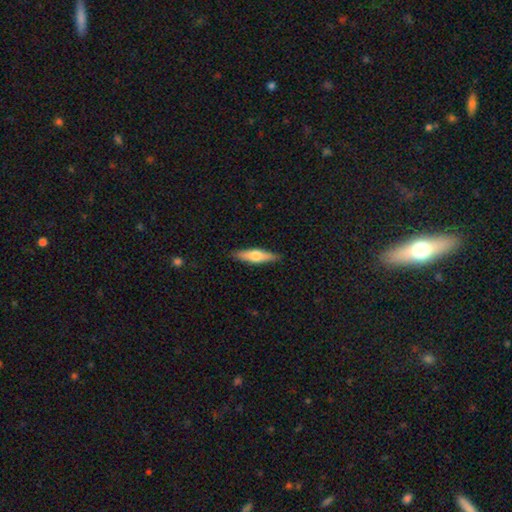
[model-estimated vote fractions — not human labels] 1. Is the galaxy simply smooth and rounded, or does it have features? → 51% smooth, 43% featured or disk, 6% star or artifact.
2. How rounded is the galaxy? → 70% cigar-shaped, 28% in between, 2% round.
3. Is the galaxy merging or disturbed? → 88% none, 9% minor disturbance, 2% major disturbance, 1% merger.